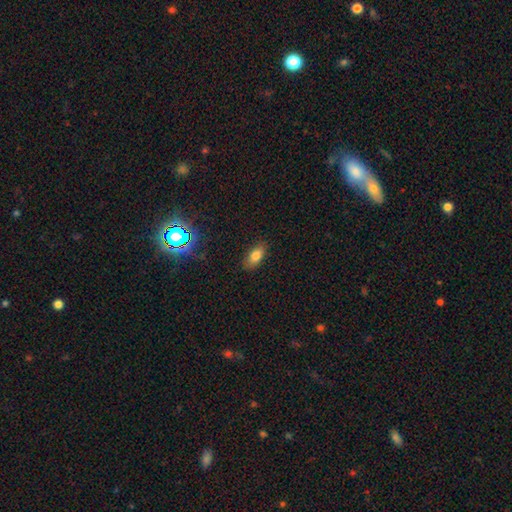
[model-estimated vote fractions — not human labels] This is likely a smooth galaxy (77%). How rounded: clearly in between (87%). Merging: clearly none (85%).